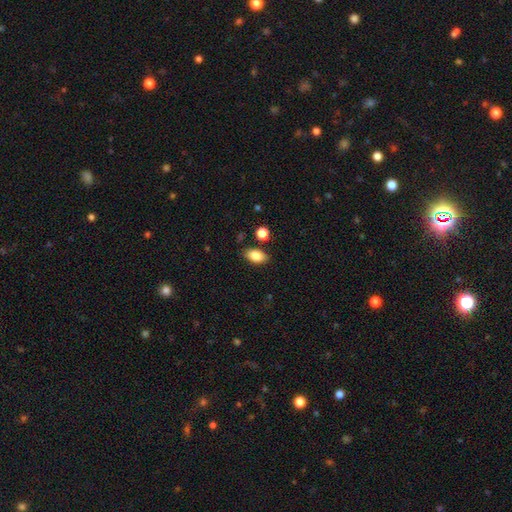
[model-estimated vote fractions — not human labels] Morphology: type=smooth (83%); roundness=in between (89%); merging=none (82%).